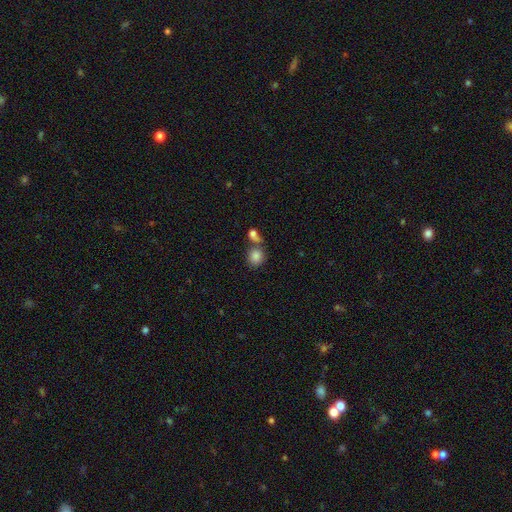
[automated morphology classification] Q: Smooth or featured?
A: smooth (84%); runner-up: star or artifact (9%)
Q: How rounded?
A: round (76%); runner-up: in between (23%)
Q: Merging?
A: none (52%); runner-up: merger (33%)